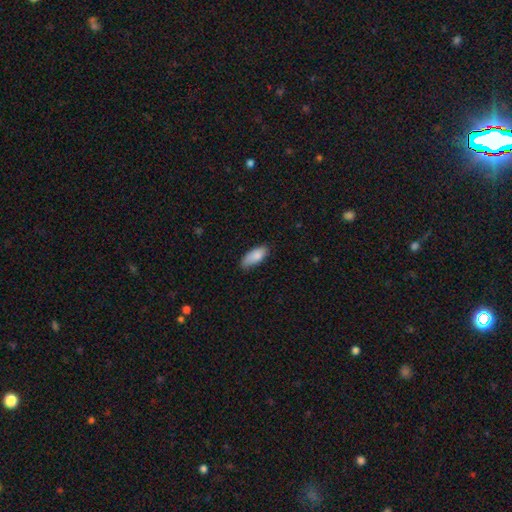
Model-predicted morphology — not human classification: type=smooth (86%); roundness=in between (83%); merging=none (70%).